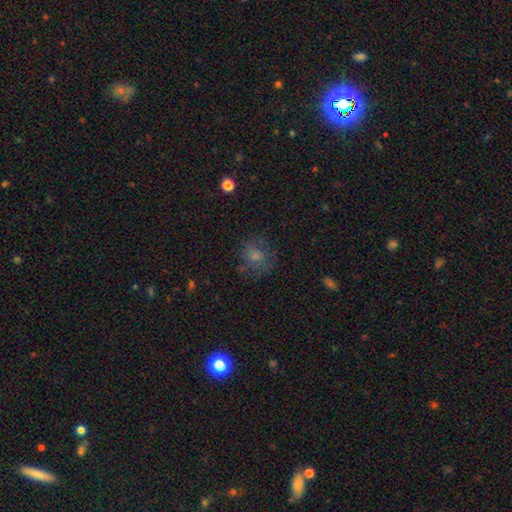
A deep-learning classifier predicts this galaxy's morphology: Smooth or featured: smooth — 67% (featured or disk — 19%)
How rounded: round — 76% (in between — 23%)
Merging: none — 62% (minor disturbance — 21%)